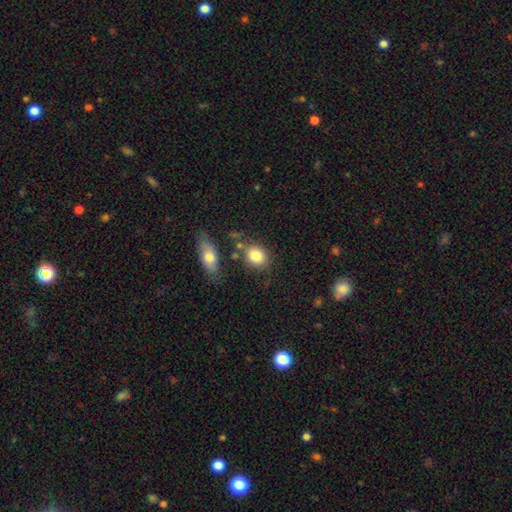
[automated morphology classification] A smooth galaxy with no disk features (83%) that is round (55%).

Vote fractions:
- Smooth or featured? smooth: 83% / featured or disk: 9% / star or artifact: 8%
- How rounded? round: 55% / in between: 43% / cigar-shaped: 2%
- Merging? none: 68% / minor disturbance: 14% / merger: 13% / major disturbance: 5%